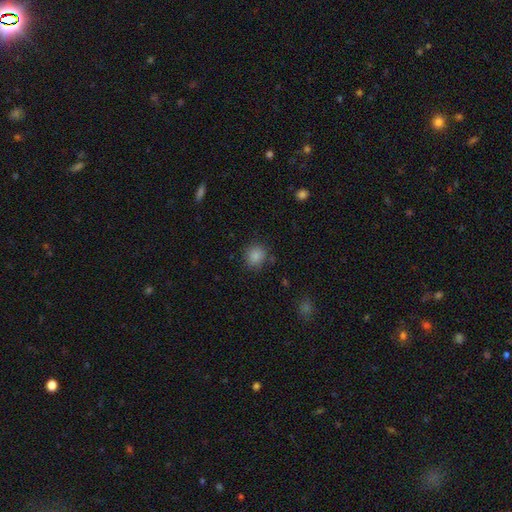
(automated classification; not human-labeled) Q: Smooth or featured?
A: smooth (85%); runner-up: star or artifact (10%)
Q: How rounded?
A: round (80%); runner-up: in between (19%)
Q: Merging?
A: none (82%); runner-up: minor disturbance (12%)